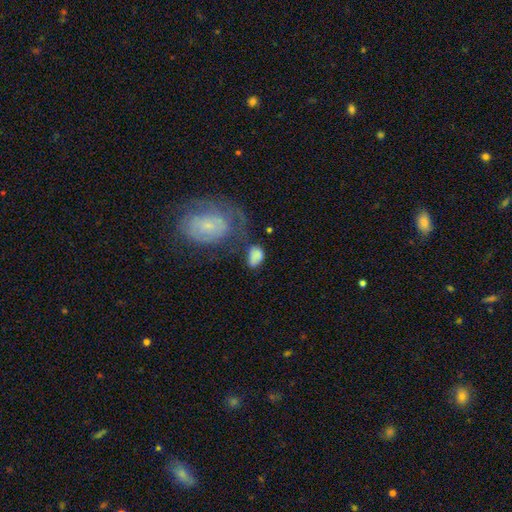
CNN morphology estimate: A smooth galaxy with no disk features (79%) that is in between round and cigar-shaped (84%). Merging: none (45%).